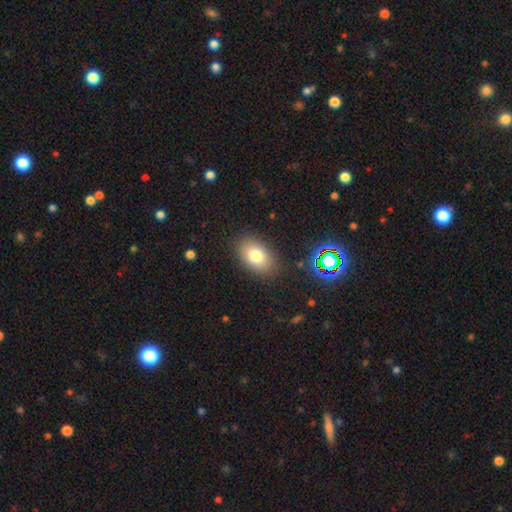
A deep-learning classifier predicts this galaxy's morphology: Overall: smooth (78%). How rounded: in between (86%). Merging: none (85%).